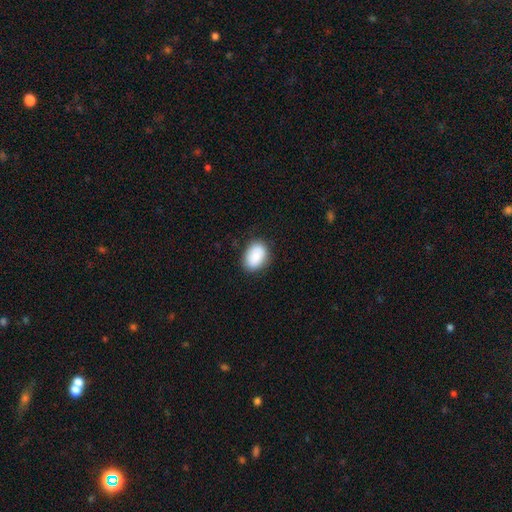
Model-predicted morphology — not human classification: This appears to be a smooth galaxy with no disk features (86%) that is in between round and cigar-shaped (81%). Merging: none (82%).